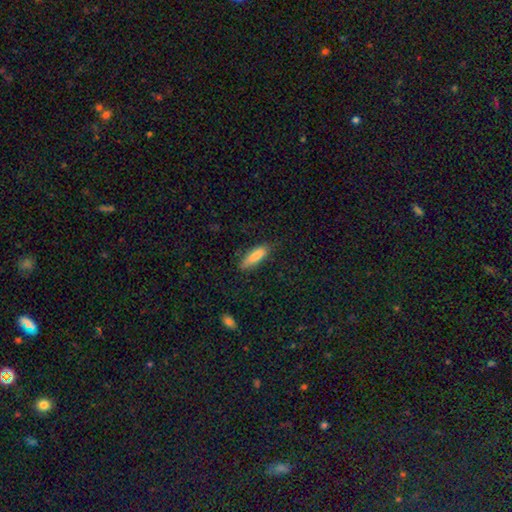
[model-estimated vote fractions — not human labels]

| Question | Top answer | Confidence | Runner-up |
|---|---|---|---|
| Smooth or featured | smooth | 81% | featured or disk (13%) |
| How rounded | cigar-shaped | 58% | in between (41%) |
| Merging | none | 78% | minor disturbance (17%) |